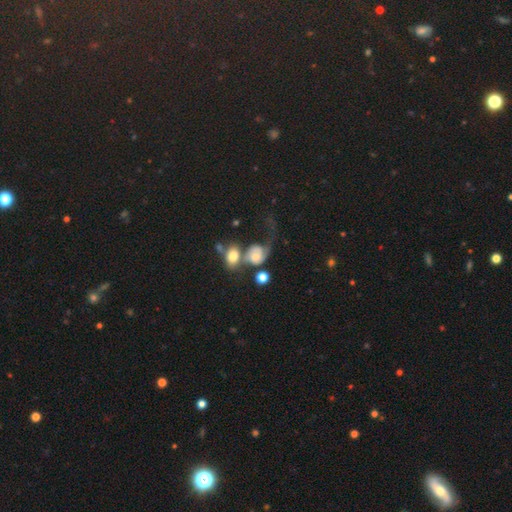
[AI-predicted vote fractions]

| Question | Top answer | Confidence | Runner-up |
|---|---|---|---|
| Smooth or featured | smooth | 48% | featured or disk (42%) |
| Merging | merger | 44% | major disturbance (25%) |